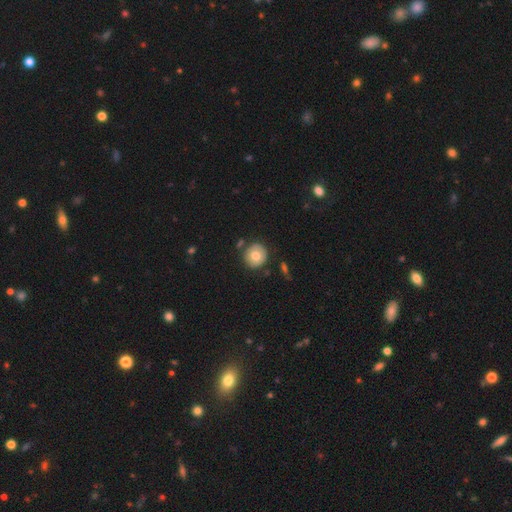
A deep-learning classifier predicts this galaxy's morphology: This appears to be a smooth galaxy with no disk features (71%) that is round (90%). Merging: none (81%).